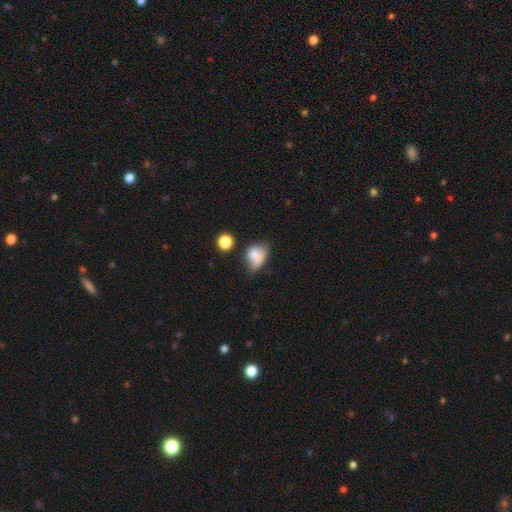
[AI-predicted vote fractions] smooth-or-featured: smooth: 73% | featured or disk: 16% | star or artifact: 11%
  how-rounded: in between: 64% | round: 34% | cigar-shaped: 2%
  merging: minor disturbance: 36% | none: 31% | major disturbance: 19% | merger: 14%